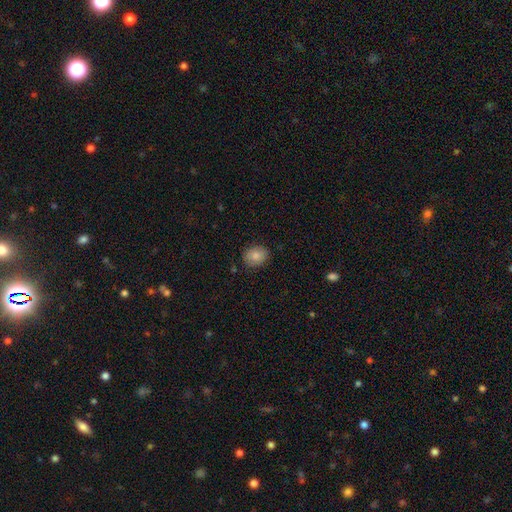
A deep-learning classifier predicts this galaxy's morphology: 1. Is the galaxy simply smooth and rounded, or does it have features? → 84% smooth, 8% star or artifact, 7% featured or disk.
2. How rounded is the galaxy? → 52% round, 47% in between, 1% cigar-shaped.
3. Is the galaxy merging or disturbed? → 85% none, 11% minor disturbance, 3% major disturbance, 1% merger.